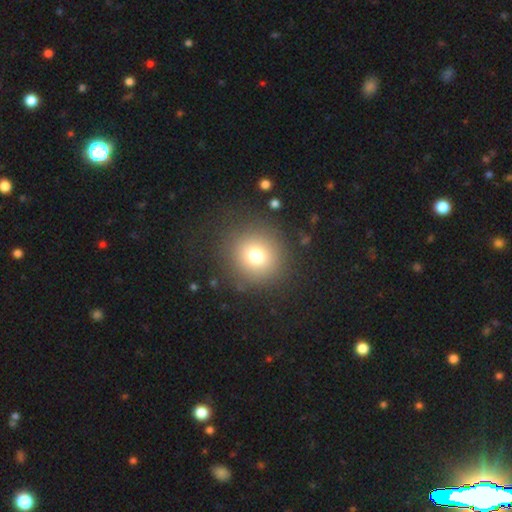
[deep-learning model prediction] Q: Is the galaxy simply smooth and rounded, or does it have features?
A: smooth — 75%.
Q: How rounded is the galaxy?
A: round — 92%.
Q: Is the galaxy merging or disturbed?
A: none — 86%.